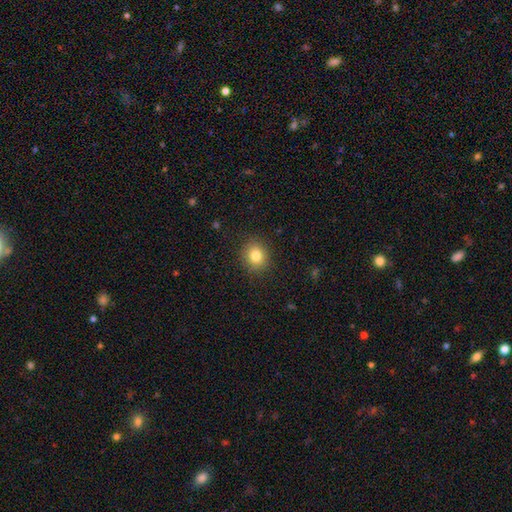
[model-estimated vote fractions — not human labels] smooth-or-featured: smooth: 82% | star or artifact: 11% | featured or disk: 7%
  how-rounded: round: 79% | in between: 20% | cigar-shaped: 1%
  merging: none: 89% | minor disturbance: 8% | major disturbance: 2% | merger: 1%